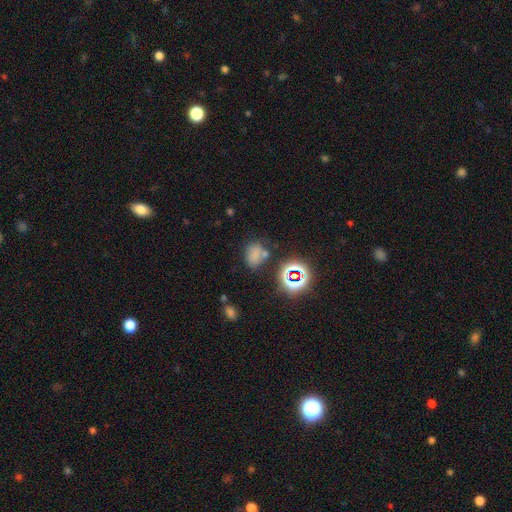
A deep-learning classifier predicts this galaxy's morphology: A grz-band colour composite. It shows a smooth galaxy with no disk features (61%) that is in between round and cigar-shaped (66%). Merging: none (57%).